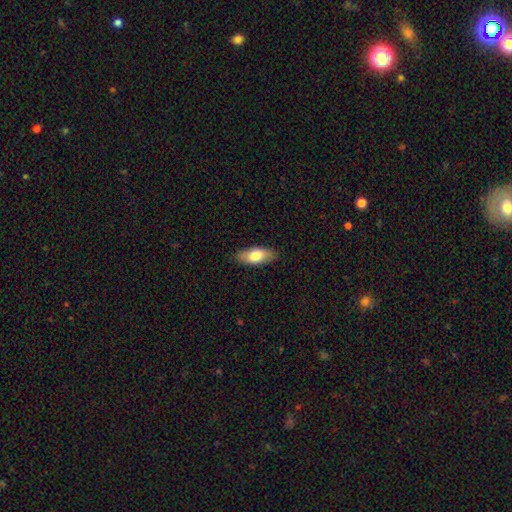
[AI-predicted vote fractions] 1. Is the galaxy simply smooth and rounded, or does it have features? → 76% smooth, 18% featured or disk, 6% star or artifact.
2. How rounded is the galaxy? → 84% in between, 14% cigar-shaped, 3% round.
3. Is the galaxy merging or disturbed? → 87% none, 10% minor disturbance, 2% major disturbance, 1% merger.